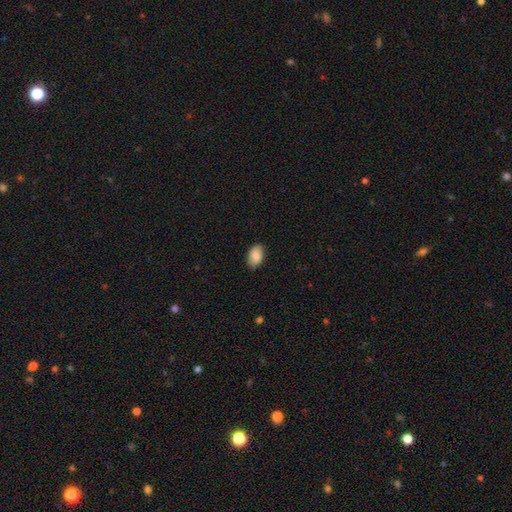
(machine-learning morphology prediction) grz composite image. It shows a smooth galaxy with no disk features (86%) that is in between round and cigar-shaped (93%). Merging: none (82%).